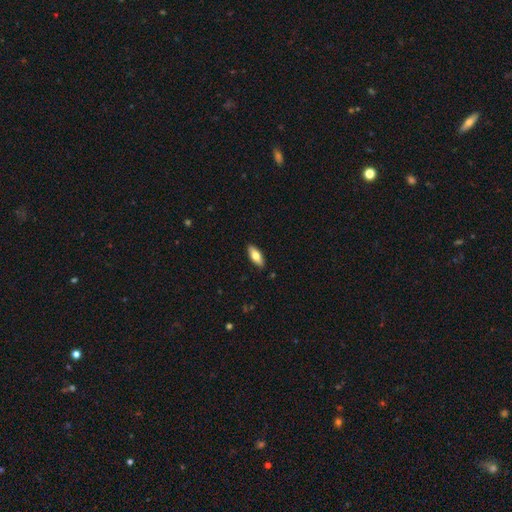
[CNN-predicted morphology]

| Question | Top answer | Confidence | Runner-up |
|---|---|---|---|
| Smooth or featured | smooth | 70% | featured or disk (24%) |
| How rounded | in between | 75% | cigar-shaped (22%) |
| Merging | none | 89% | minor disturbance (9%) |